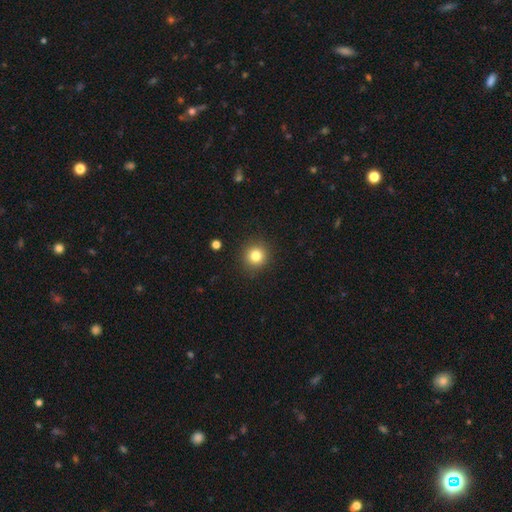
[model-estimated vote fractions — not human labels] Smooth or featured?
  - smooth: 82% *
  - star or artifact: 12%
  - featured or disk: 7%
How rounded?
  - round: 93% *
  - in between: 6%
  - cigar-shaped: 1%
Merging?
  - none: 91% *
  - minor disturbance: 6%
  - major disturbance: 2%
  - merger: 1%